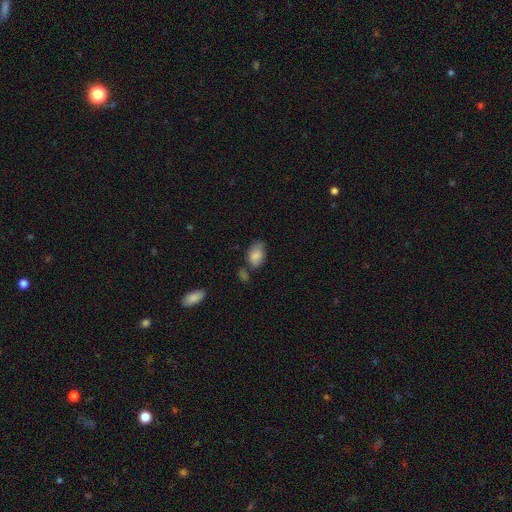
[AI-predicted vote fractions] smooth 84%, featured or disk 9%, star or artifact 7%. Down the decision tree: how rounded — in between (89%); merging — none (52%).